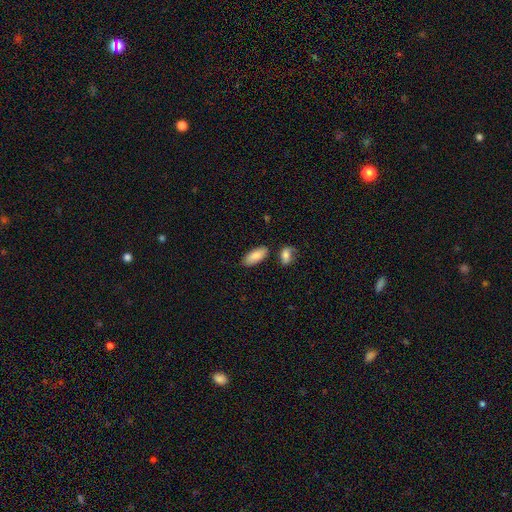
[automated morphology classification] This is clearly a smooth galaxy (87%). How rounded: clearly in between (87%). Merging: likely none (79%).